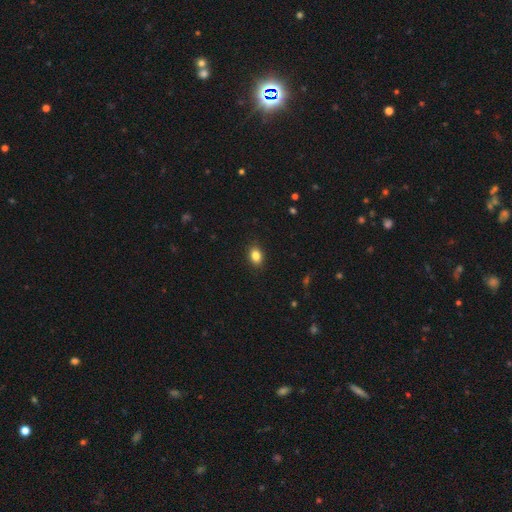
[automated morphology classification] Smooth or featured: smooth — 84% (star or artifact — 9%)
How rounded: in between — 74% (round — 24%)
Merging: none — 88% (minor disturbance — 9%)